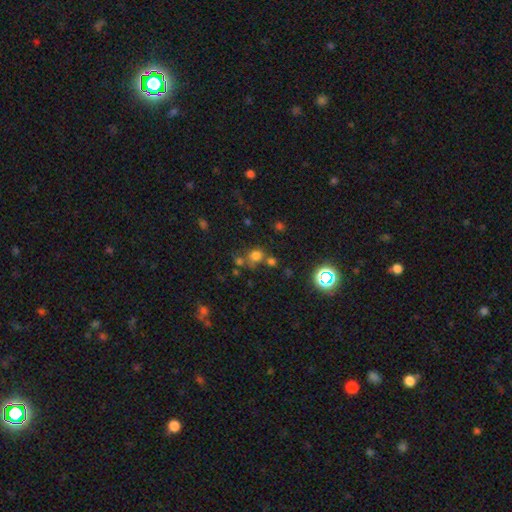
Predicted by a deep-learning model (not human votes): smooth 69%, star or artifact 23%, featured or disk 8%. Down the decision tree: how rounded — round (76%); merging — none (58%).